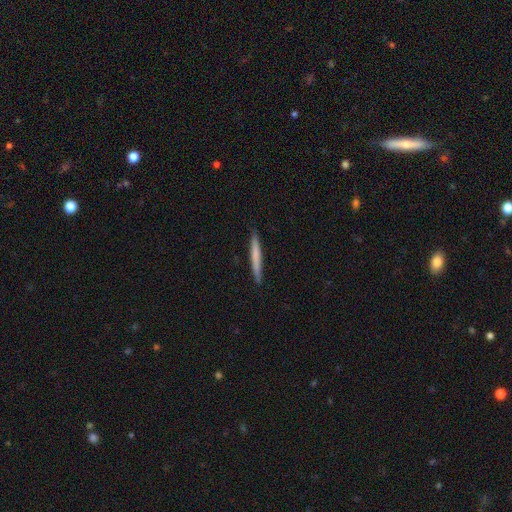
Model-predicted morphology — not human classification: Smooth or featured? smooth (65%)
How rounded? cigar-shaped (97%)
Merging? none (91%)